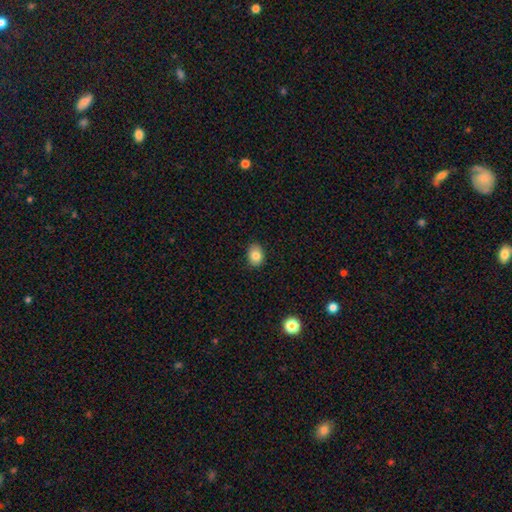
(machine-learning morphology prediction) Smooth or featured?
  - smooth: 83% *
  - star or artifact: 9%
  - featured or disk: 8%
How rounded?
  - in between: 63% *
  - round: 36%
  - cigar-shaped: 1%
Merging?
  - none: 85% *
  - minor disturbance: 12%
  - major disturbance: 2%
  - merger: 1%